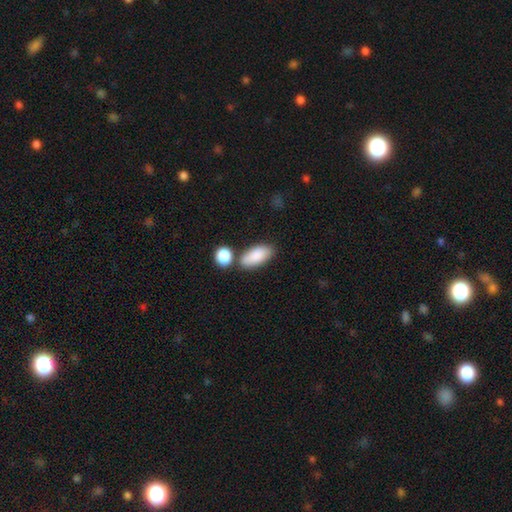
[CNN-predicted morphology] type=smooth (87%); roundness=in between (89%); merging=none (65%).